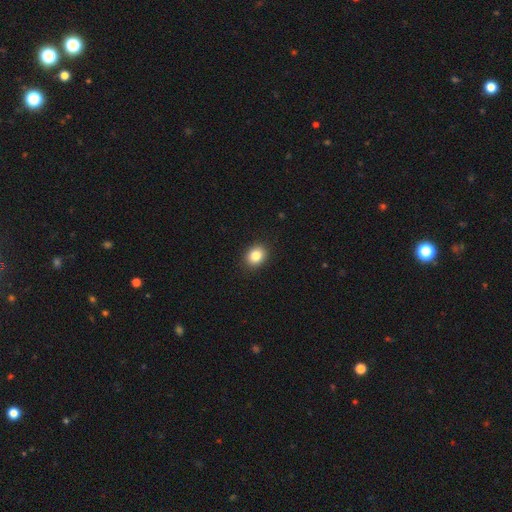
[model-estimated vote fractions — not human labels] This appears to be a smooth galaxy with no disk features (84%) that is round (51%). Merging: none (90%).